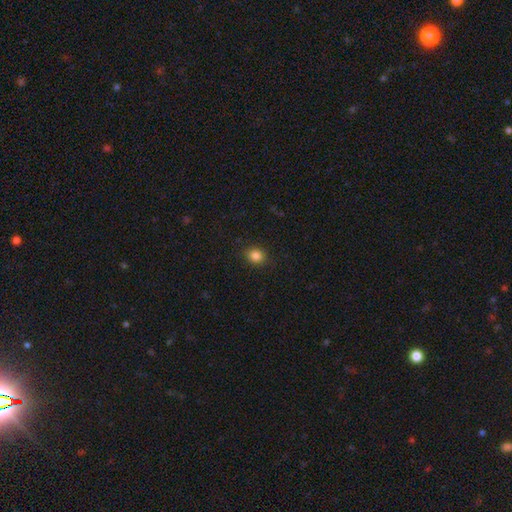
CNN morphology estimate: smooth-or-featured: smooth: 84% | star or artifact: 11% | featured or disk: 5%
  how-rounded: round: 63% | in between: 36% | cigar-shaped: 1%
  merging: none: 89% | minor disturbance: 8% | major disturbance: 2% | merger: 1%